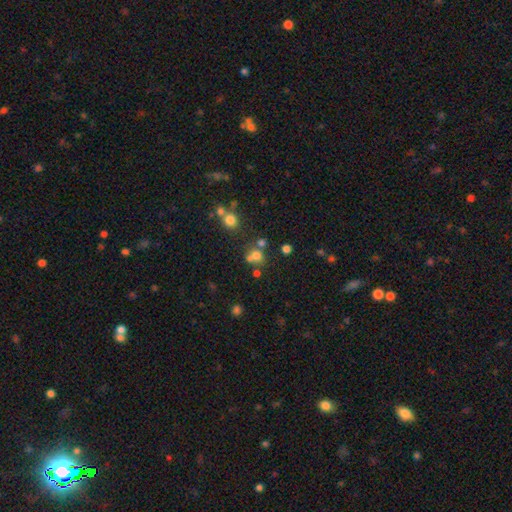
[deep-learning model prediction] smooth_or_featured: smooth (p=0.66) [alt: star or artifact p=0.21]
how_rounded: round (p=0.81) [alt: in between p=0.18]
merging: none (p=0.51) [alt: merger p=0.34]